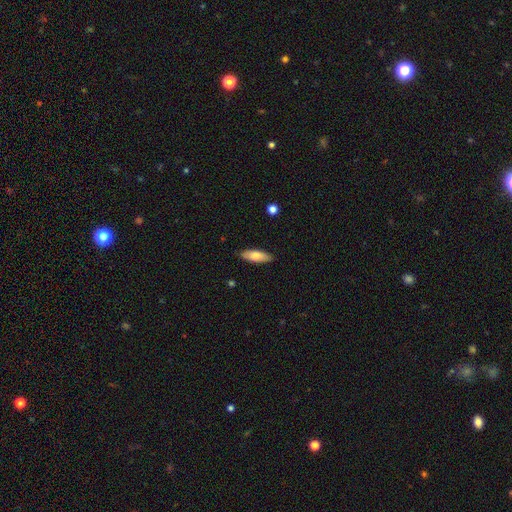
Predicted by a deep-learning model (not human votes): A smooth galaxy with no disk features (78%) that is in between round and cigar-shaped (64%). Merging: none (88%).